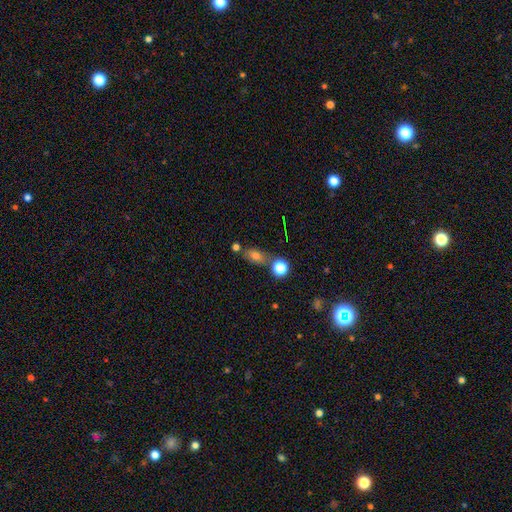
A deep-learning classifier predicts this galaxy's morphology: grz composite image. It shows a smooth galaxy with no disk features (69%) that is in between round and cigar-shaped (70%). Merging: none (62%).